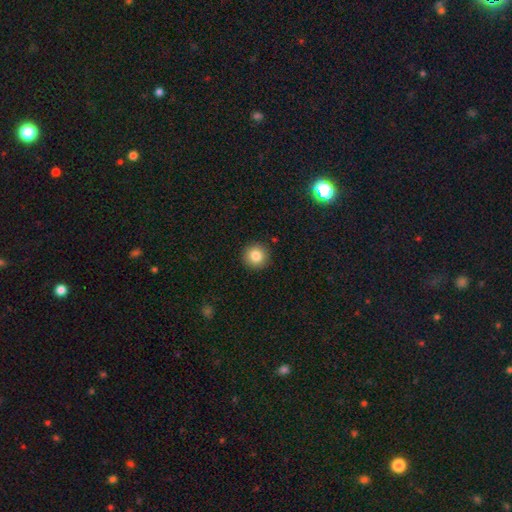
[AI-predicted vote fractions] smooth 83%, star or artifact 10%, featured or disk 7%. Down the decision tree: how rounded — round (95%); merging — none (92%).